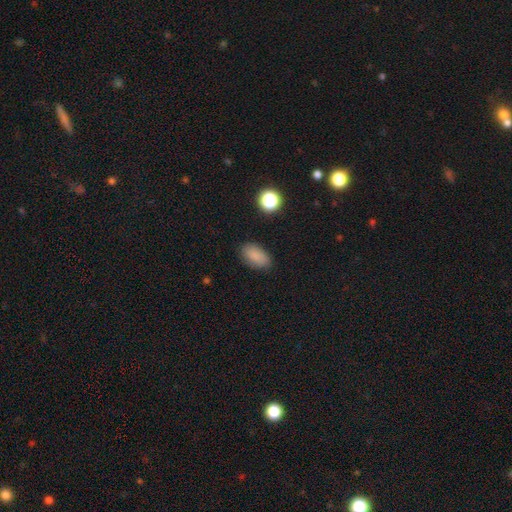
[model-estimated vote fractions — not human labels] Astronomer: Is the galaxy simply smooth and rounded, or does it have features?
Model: smooth — 85%.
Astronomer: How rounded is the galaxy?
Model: in between — 91%.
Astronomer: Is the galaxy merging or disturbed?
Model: none — 84%.